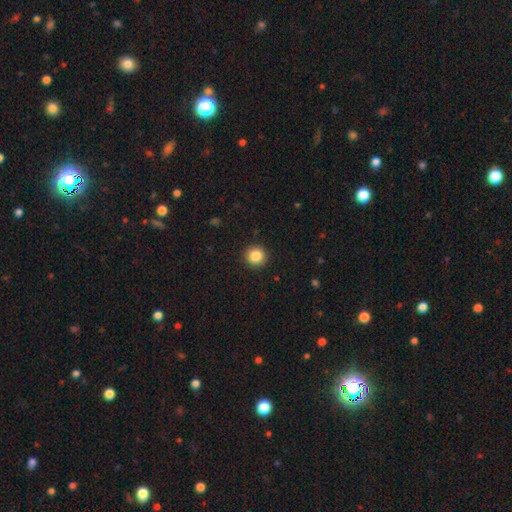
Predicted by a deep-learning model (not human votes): Overall: smooth (86%). How rounded: round (94%). Merging: none (92%).